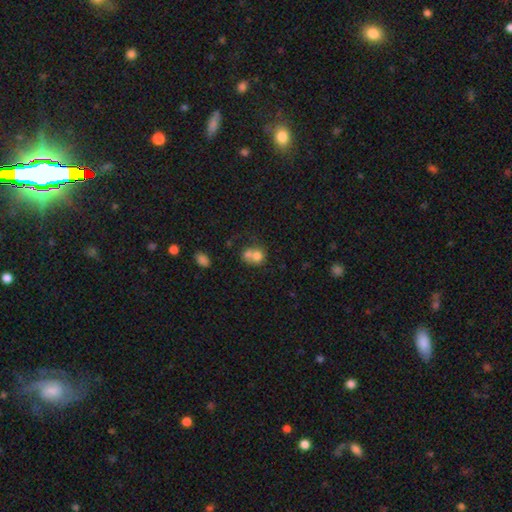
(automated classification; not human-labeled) smooth_or_featured: smooth (p=0.72) [alt: featured or disk p=0.18]
how_rounded: round (p=0.68) [alt: in between p=0.32]
merging: merger (p=0.63) [alt: none p=0.24]